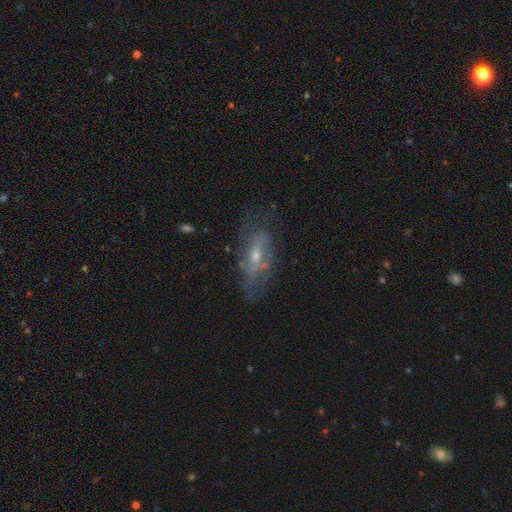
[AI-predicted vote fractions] A featured or disk galaxy (61%) with no bar (59%), spiral arms (55%) and a moderate central bulge (49%).

Vote fractions:
- Smooth or featured? featured or disk: 61% / smooth: 28% / star or artifact: 11%
- Edge-on disk? no: 85% / yes: 15%
- Bar? no: 59% / weak: 33% / strong: 7%
- Spiral arms? yes: 55% / no: 45%
- Bulge size? moderate: 49% / small: 43% / none: 4% / large: 3% / dominant: 1%
- Merging? none: 58% / minor disturbance: 24% / major disturbance: 16% / merger: 2%